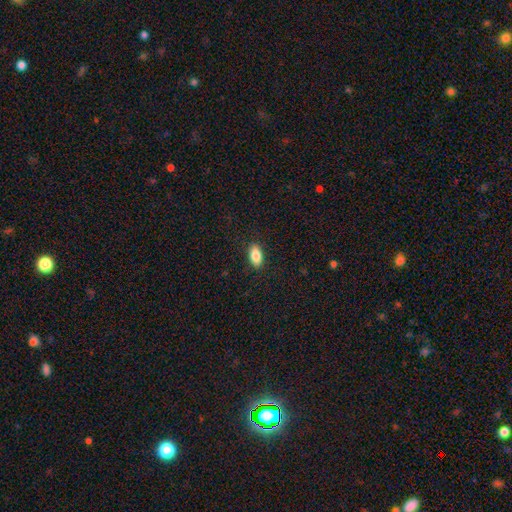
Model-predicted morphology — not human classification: A smooth galaxy with no disk features (86%) that is in between round and cigar-shaped (90%).

Vote fractions:
- Smooth or featured? smooth: 86% / star or artifact: 7% / featured or disk: 7%
- How rounded? in between: 90% / cigar-shaped: 5% / round: 4%
- Merging? none: 88% / minor disturbance: 9% / major disturbance: 2% / merger: 1%